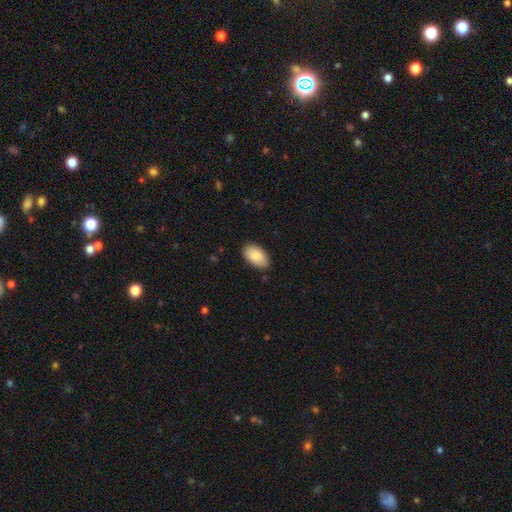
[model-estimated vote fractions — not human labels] Smooth or featured: smooth — 86% (featured or disk — 8%)
How rounded: in between — 95% (round — 4%)
Merging: none — 86% (minor disturbance — 11%)